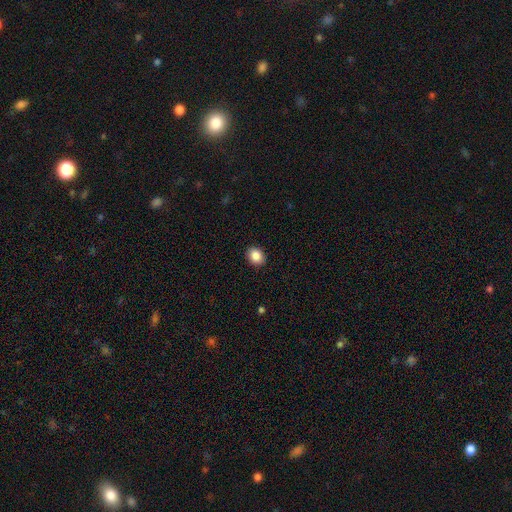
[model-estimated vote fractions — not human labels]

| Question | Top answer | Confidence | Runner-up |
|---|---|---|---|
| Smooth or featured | smooth | 88% | star or artifact (8%) |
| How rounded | in between | 50% | round (49%) |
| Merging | none | 91% | minor disturbance (7%) |